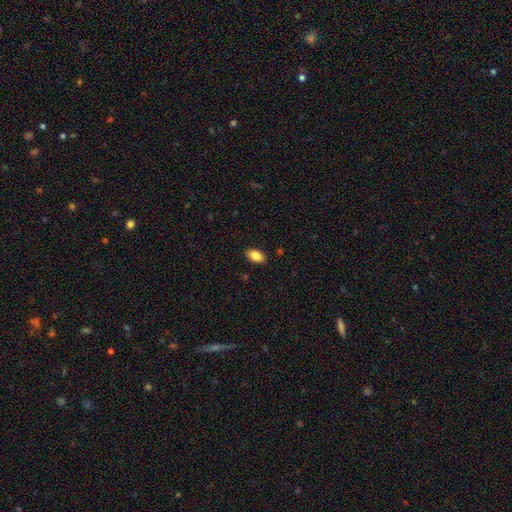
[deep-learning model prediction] Morphology: type=smooth (85%); roundness=in between (92%); merging=none (88%).